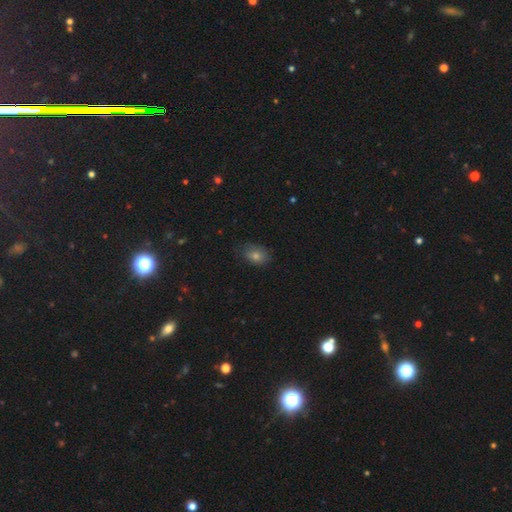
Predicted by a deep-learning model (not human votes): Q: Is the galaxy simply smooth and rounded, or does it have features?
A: smooth — 68%.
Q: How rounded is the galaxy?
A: in between — 70%.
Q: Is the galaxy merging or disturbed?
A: none — 73%.